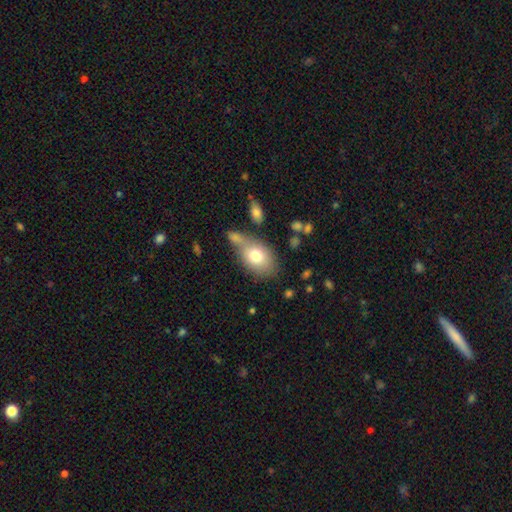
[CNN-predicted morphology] smooth-or-featured: smooth: 74% | featured or disk: 18% | star or artifact: 8%
  how-rounded: in between: 82% | round: 17% | cigar-shaped: 2%
  merging: none: 48% | merger: 25% | minor disturbance: 18% | major disturbance: 8%